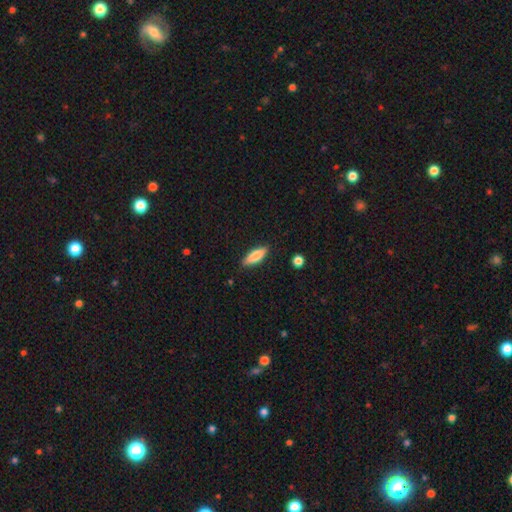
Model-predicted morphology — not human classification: type=smooth (79%); roundness=in between (57%); merging=none (87%).